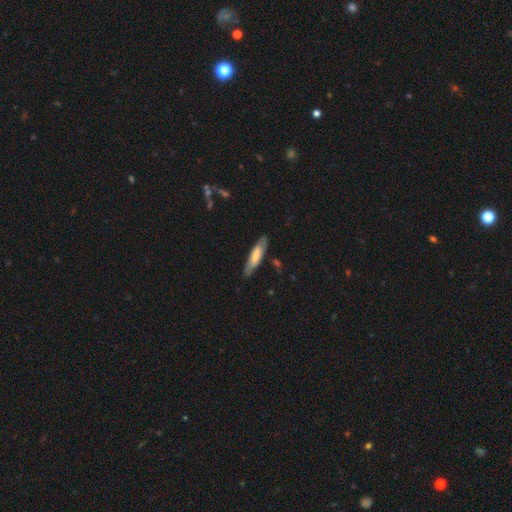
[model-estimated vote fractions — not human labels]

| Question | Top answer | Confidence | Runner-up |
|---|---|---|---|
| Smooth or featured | smooth | 55% | featured or disk (39%) |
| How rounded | cigar-shaped | 70% | in between (29%) |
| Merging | none | 80% | minor disturbance (15%) |